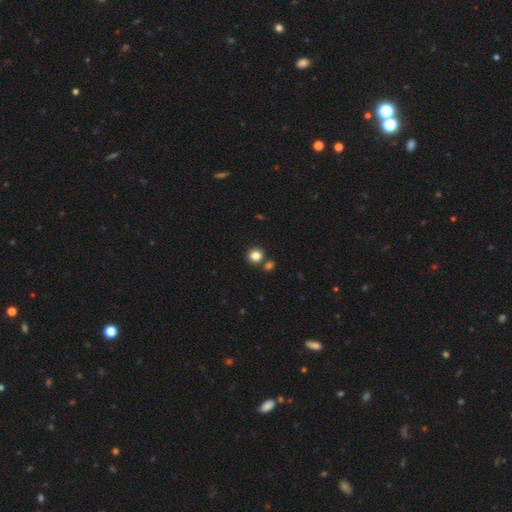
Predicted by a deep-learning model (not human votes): Smooth or featured? smooth (83%)
How rounded? round (88%)
Merging? none (77%)